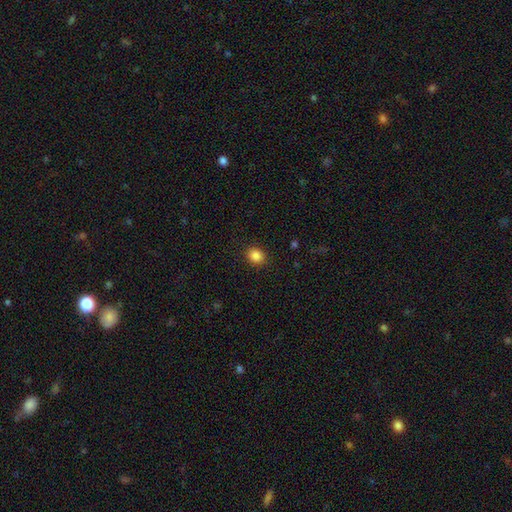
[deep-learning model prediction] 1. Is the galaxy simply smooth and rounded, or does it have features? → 86% smooth, 10% star or artifact, 4% featured or disk.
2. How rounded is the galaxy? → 65% round, 34% in between, 1% cigar-shaped.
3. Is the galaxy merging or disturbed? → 90% none, 7% minor disturbance, 2% major disturbance, 1% merger.